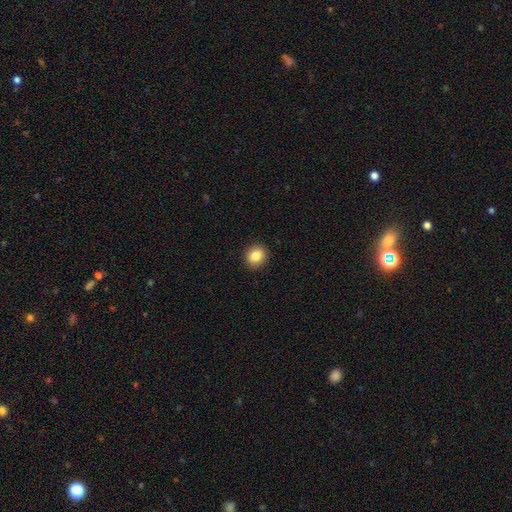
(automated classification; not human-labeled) A smooth galaxy with no disk features (84%) that is round (84%).

Vote fractions:
- Smooth or featured? smooth: 84% / star or artifact: 10% / featured or disk: 6%
- How rounded? round: 84% / in between: 15% / cigar-shaped: 1%
- Merging? none: 92% / minor disturbance: 6% / major disturbance: 2% / merger: 1%